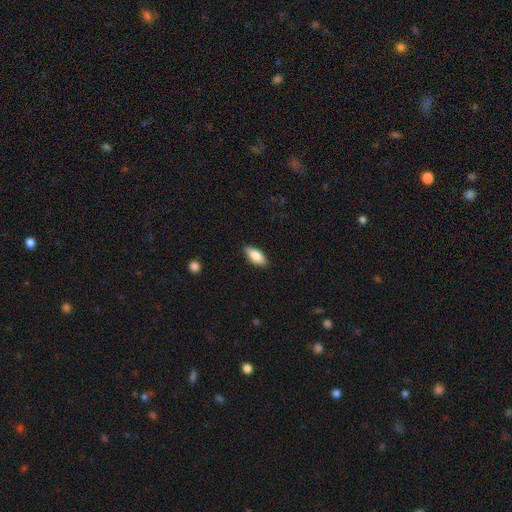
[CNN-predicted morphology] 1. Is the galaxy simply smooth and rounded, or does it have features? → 83% smooth, 11% featured or disk, 6% star or artifact.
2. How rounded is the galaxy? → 85% in between, 12% cigar-shaped, 2% round.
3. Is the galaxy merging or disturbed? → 87% none, 10% minor disturbance, 2% major disturbance, 1% merger.